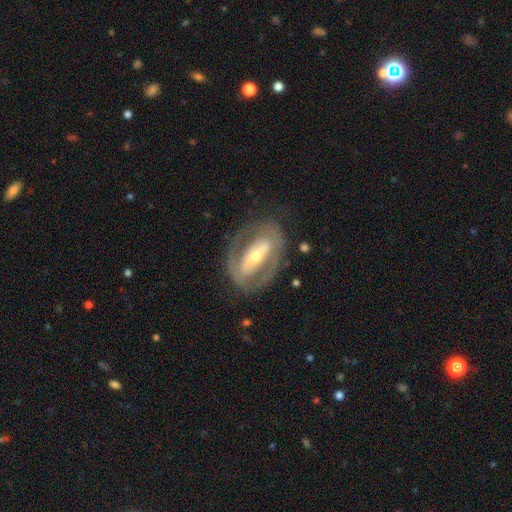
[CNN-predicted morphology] type=featured or disk (78%); edge-on=no (90%); bar=strong (64%); spiral arms=yes (53%); bulge=small (49%); merging=none (73%).